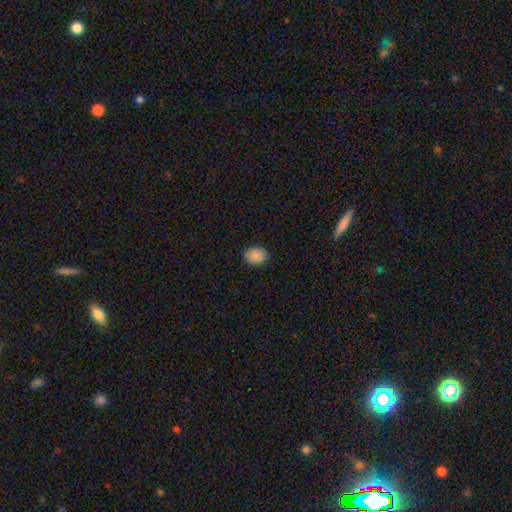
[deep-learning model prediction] Overall: smooth (89%). How rounded: in between (57%; round 42%). Merging: none (87%).